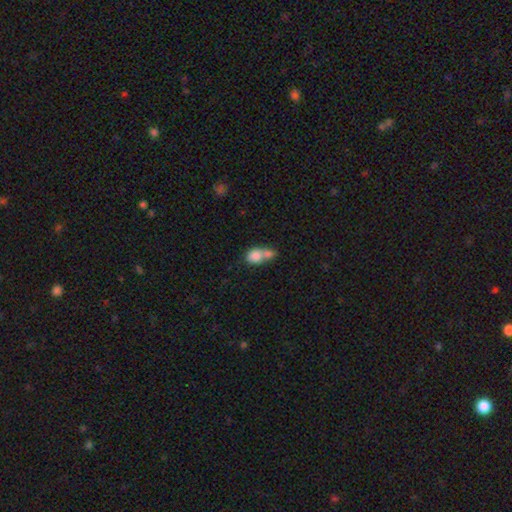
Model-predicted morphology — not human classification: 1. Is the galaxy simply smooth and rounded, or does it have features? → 79% smooth, 12% featured or disk, 9% star or artifact.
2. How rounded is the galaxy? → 55% in between, 43% round, 2% cigar-shaped.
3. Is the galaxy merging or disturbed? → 66% merger, 22% none, 8% minor disturbance, 4% major disturbance.